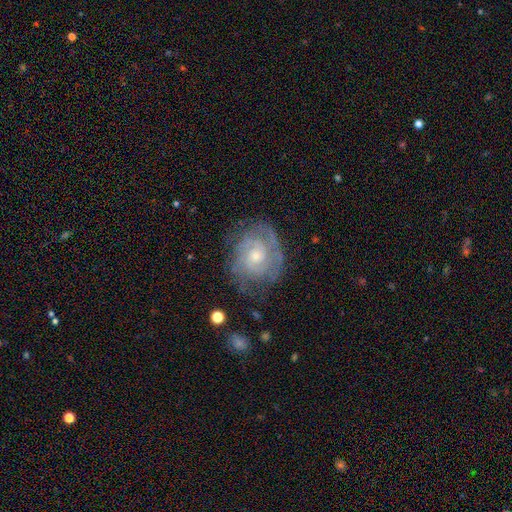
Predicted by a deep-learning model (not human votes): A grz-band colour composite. It shows a featured or disk galaxy (83%) with no bar (68%), 2 (39%) tight (66%) spiral arms (94%) and a small central bulge (58%). Merging: none (70%).